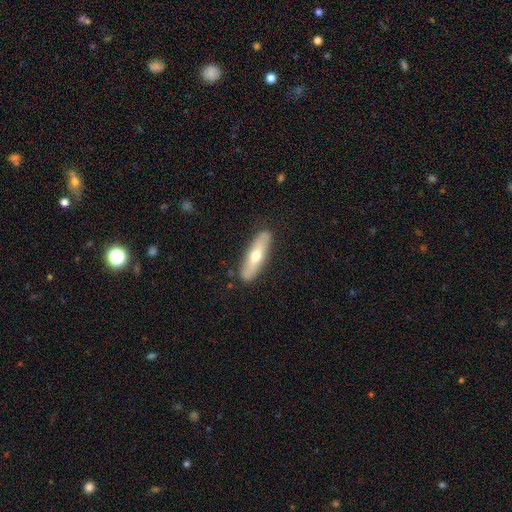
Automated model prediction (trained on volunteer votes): Smooth or featured? smooth (55%)
How rounded? cigar-shaped (64%)
Merging? none (86%)